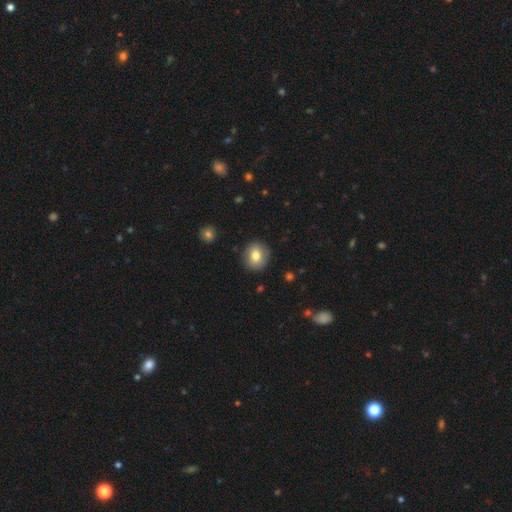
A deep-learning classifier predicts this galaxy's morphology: Smooth or featured: smooth — 77% (featured or disk — 14%)
How rounded: round — 81% (in between — 18%)
Merging: none — 87% (minor disturbance — 10%)